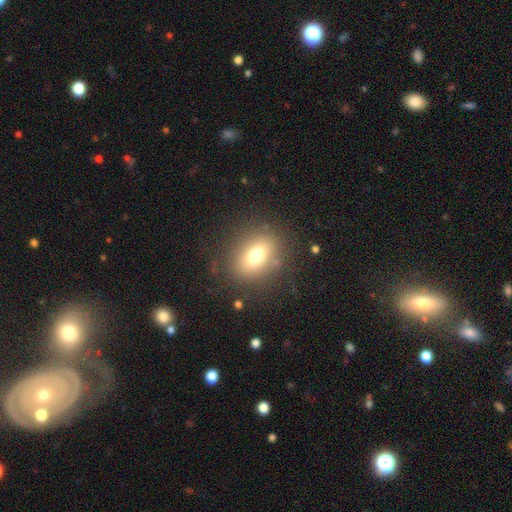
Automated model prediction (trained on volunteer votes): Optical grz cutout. It shows a smooth galaxy with no disk features (70%) that is in between round and cigar-shaped (62%). Merging: none (81%).